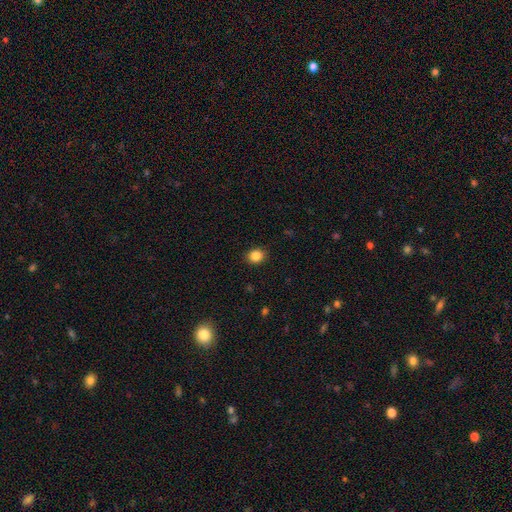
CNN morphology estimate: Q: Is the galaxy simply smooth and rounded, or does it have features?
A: smooth — 86%.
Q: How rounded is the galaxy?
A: round — 69%.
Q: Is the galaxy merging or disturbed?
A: none — 90%.